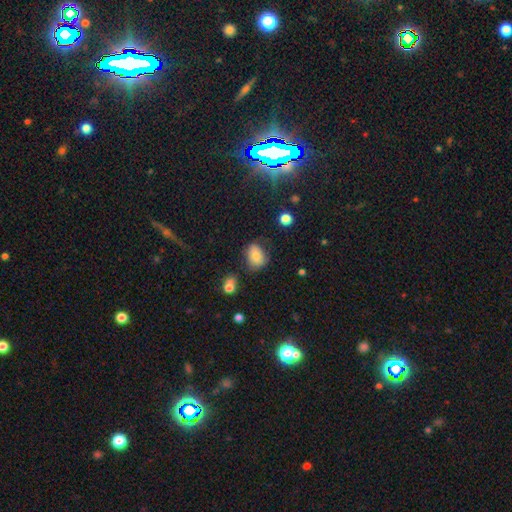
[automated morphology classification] This appears to be a smooth galaxy with no disk features (75%) that is in between round and cigar-shaped (66%). Merging: none (55%).